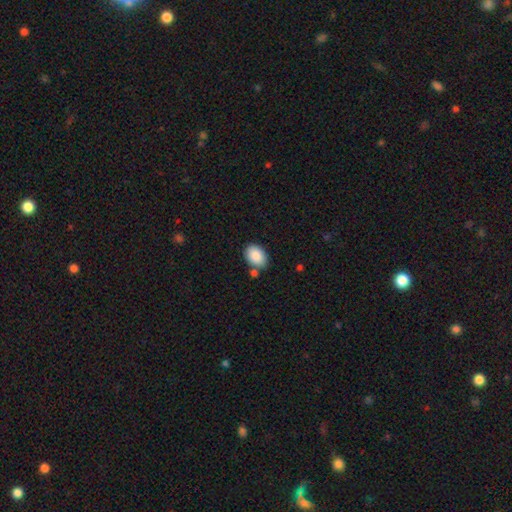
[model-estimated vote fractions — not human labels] Smooth or featured: smooth — 89% (star or artifact — 7%)
How rounded: in between — 83% (round — 16%)
Merging: none — 75% (minor disturbance — 14%)